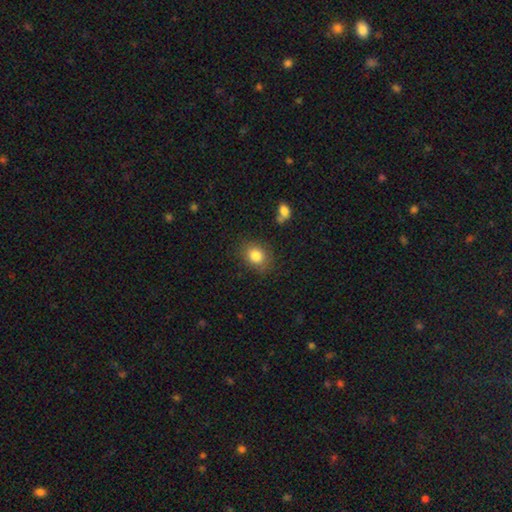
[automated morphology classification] A smooth galaxy with no disk features (83%) that is in between round and cigar-shaped (54%).

Vote fractions:
- Smooth or featured? smooth: 83% / star or artifact: 10% / featured or disk: 8%
- How rounded? in between: 54% / round: 45% / cigar-shaped: 1%
- Merging? none: 81% / minor disturbance: 13% / major disturbance: 4% / merger: 2%